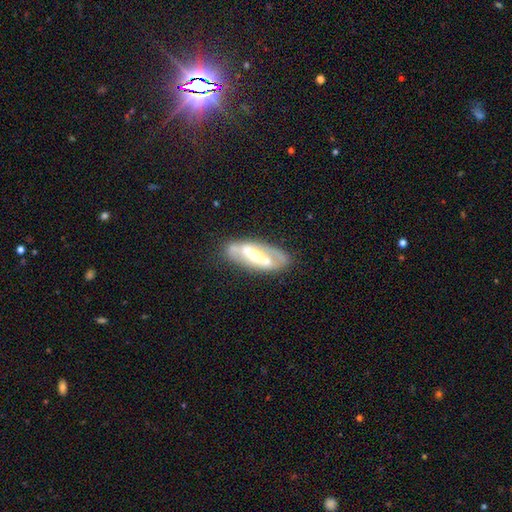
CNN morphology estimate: Smooth or featured: featured or disk — 72% (smooth — 22%)
Edge-on disk: no — 78% (yes — 22%)
Bar: strong — 74% (weak — 16%)
Spiral arms: yes — 50% (tied with no — 50%)
Bulge size: moderate — 47% (small — 36%)
Merging: none — 71% (minor disturbance — 18%)